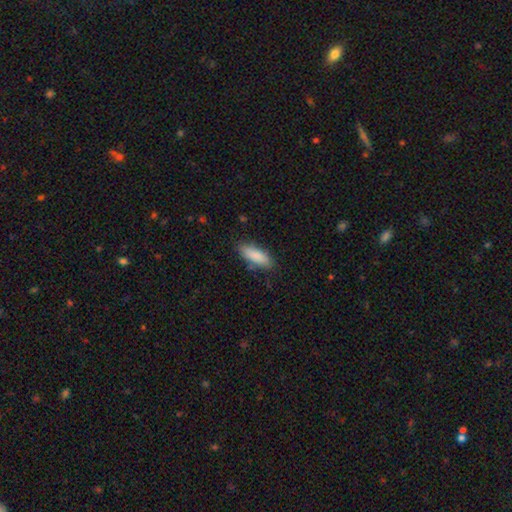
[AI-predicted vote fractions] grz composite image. It shows a smooth galaxy with no disk features (88%) that is in between round and cigar-shaped (65%). Merging: none (82%).